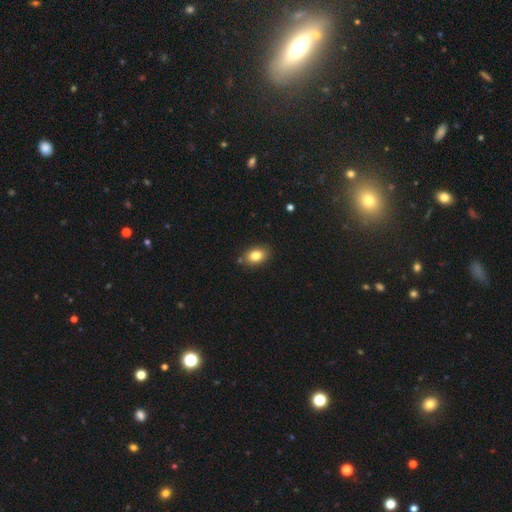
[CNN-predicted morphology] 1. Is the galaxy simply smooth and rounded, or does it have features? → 83% smooth, 9% star or artifact, 8% featured or disk.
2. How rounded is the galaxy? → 78% in between, 21% round, 1% cigar-shaped.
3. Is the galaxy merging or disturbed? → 82% none, 12% minor disturbance, 4% merger, 2% major disturbance.